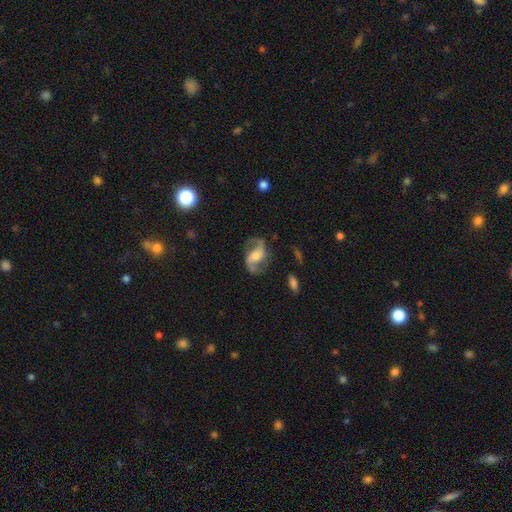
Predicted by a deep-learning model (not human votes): Overall: featured or disk (87%). Edge-on disk: no (97%). Bar: weak (43%; no 33%). Spiral arms: yes (96%). Spiral arm count: 2 (93%). Spiral winding: loose (53%; medium 38%). Bulge size: moderate (55%; small 26%). Merging: none (76%).